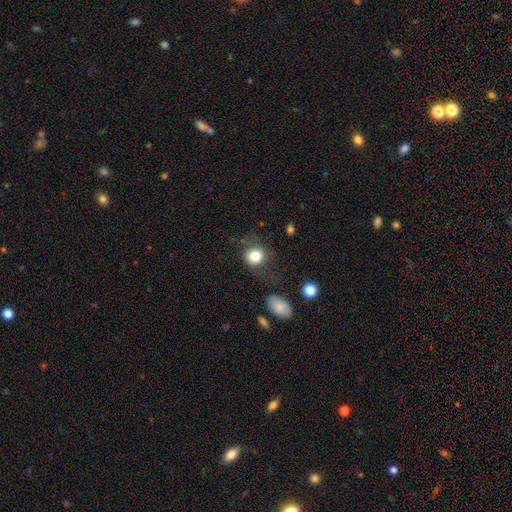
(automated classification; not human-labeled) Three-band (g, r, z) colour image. It shows a smooth galaxy with no disk features (56%) that is round (82%). Merging: none (65%).